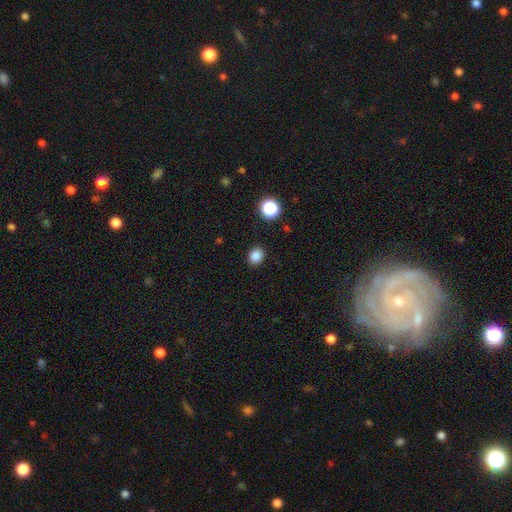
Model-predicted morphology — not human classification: Smooth or featured? Predicted: smooth (p=0.85). How rounded? Predicted: round (p=0.63). Merging? Predicted: none (p=0.89).